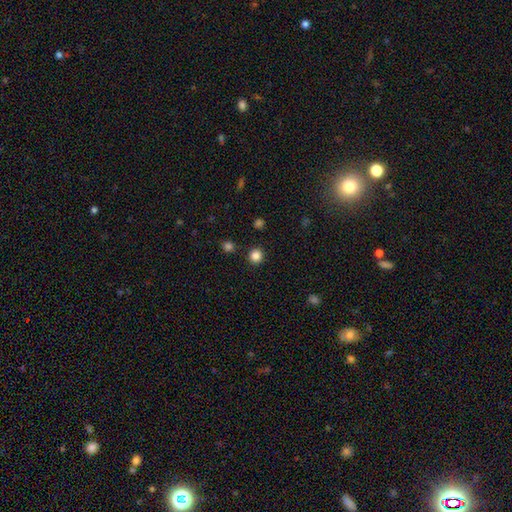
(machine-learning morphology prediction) smooth_or_featured: smooth (p=0.85) [alt: star or artifact p=0.12]
how_rounded: round (p=0.94) [alt: in between p=0.05]
merging: none (p=0.91) [alt: minor disturbance p=0.05]